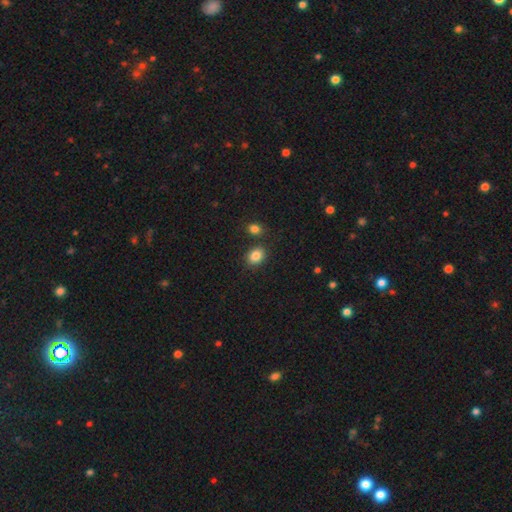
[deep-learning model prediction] Overall: smooth (85%). How rounded: in between (56%; round 43%). Merging: none (78%).